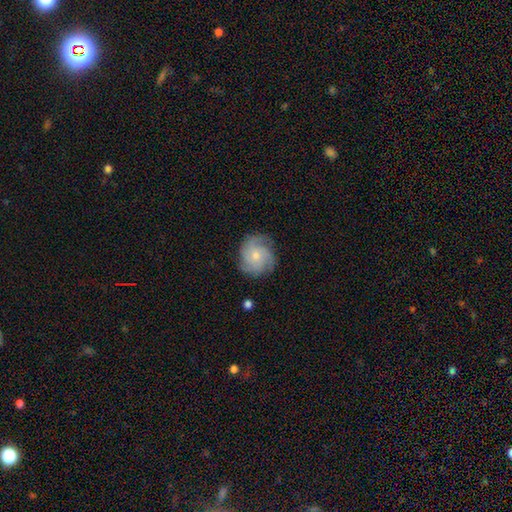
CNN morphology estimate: smooth_or_featured: featured or disk (p=0.68) [alt: smooth p=0.25]
disk_edge_on: no (p=0.98) [alt: yes p=0.02]
bar: no (p=0.79) [alt: weak p=0.19]
has_spiral_arms: yes (p=0.94) [alt: no p=0.06]
spiral_winding: tight (p=0.54) [alt: medium p=0.36]
spiral_arm_count: 3 (p=0.31) [alt: can't tell p=0.24]
bulge_size: small (p=0.50) [alt: moderate p=0.44]
merging: none (p=0.77) [alt: minor disturbance p=0.16]